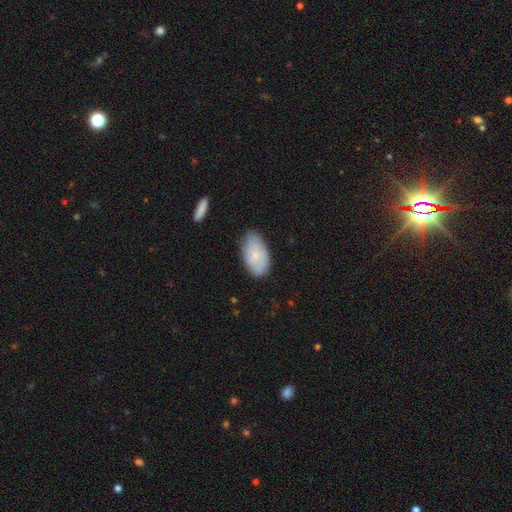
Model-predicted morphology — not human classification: A smooth galaxy with no disk features (64%) that is in between round and cigar-shaped (93%). Merging: none (71%).